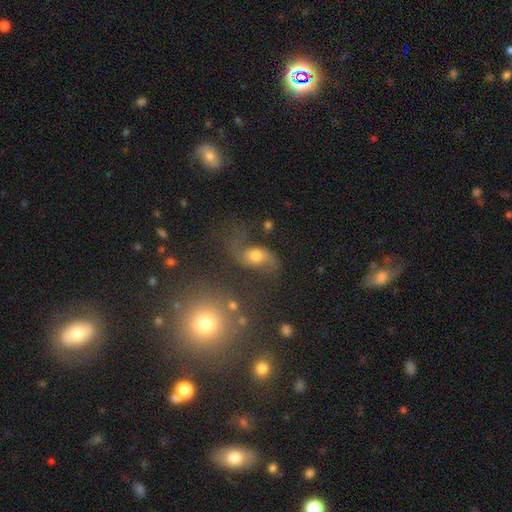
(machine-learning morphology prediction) Overall: featured or disk (66%). Edge-on disk: no (96%). Bar: no (60%; weak 32%). Spiral arms: yes (88%). Spiral arm count: 2 (89%). Spiral winding: loose (79%). Bulge size: moderate (63%). Merging: none (58%; major disturbance 18%).